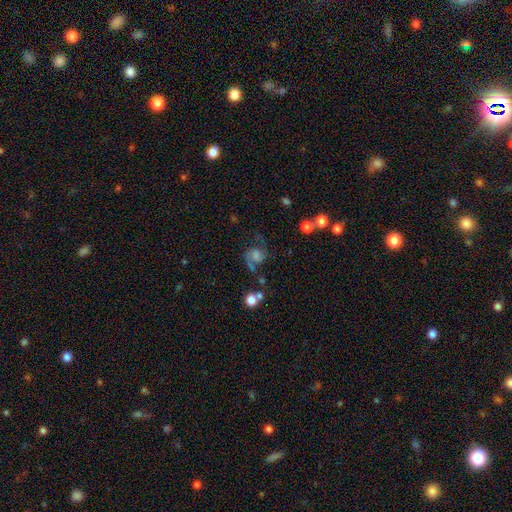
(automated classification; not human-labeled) featured or disk 72%, smooth 15%, star or artifact 13%. Down the decision tree: edge-on disk — no (98%); bar — no (63%); spiral arms — yes (94%); spiral arm count — 2 (82%); spiral winding — medium (52%); bulge size — moderate (32%); merging — none (61%).